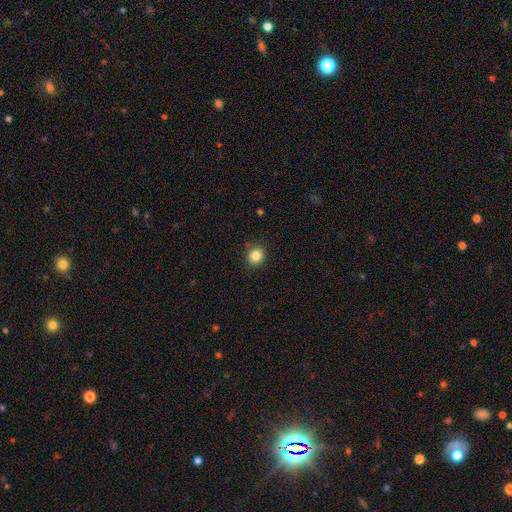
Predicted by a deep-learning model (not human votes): Morphology: type=smooth (85%); roundness=round (83%); merging=none (90%).